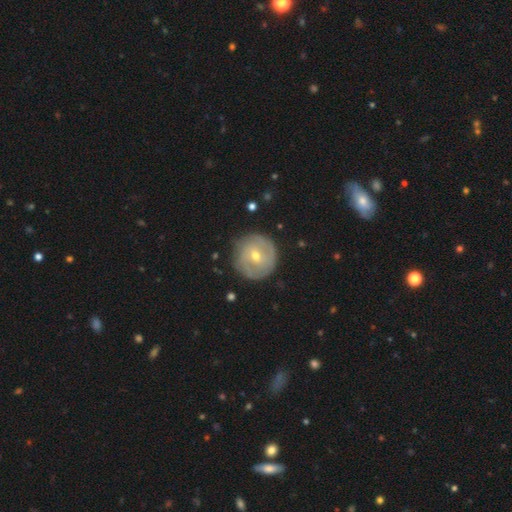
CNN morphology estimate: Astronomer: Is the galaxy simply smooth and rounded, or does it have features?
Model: featured or disk — 62%.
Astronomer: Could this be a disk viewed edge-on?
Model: no — 96%.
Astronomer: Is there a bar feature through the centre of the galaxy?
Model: no — 51% (runner-up: weak, 39%).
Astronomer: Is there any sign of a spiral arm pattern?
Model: yes — 73%.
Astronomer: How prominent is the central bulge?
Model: small — 51% (runner-up: moderate, 46%).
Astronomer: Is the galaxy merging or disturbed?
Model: none — 83%.